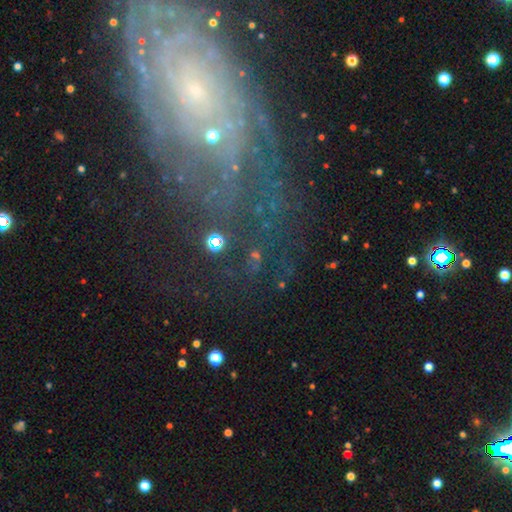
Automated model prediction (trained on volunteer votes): star or artifact 47%, smooth 28%, featured or disk 24%.